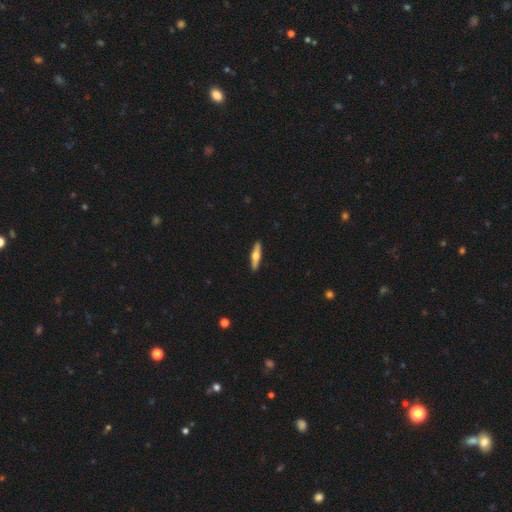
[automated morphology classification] The model was most divided on "smooth or featured": featured or disk: 55%, smooth: 40%, star or artifact: 5%. More confident: edge-on disk — yes (95%); edge-on bulge — rounded (94%); merging — none (92%).